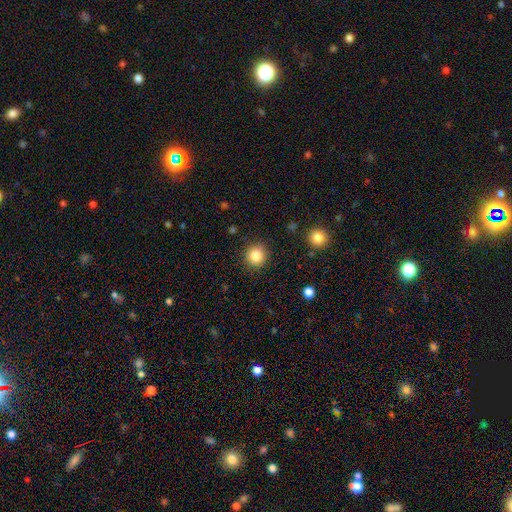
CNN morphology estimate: The model was most divided on "smooth or featured": smooth: 82%, star or artifact: 11%, featured or disk: 7%. More confident: how rounded — round (92%); merging — none (89%).